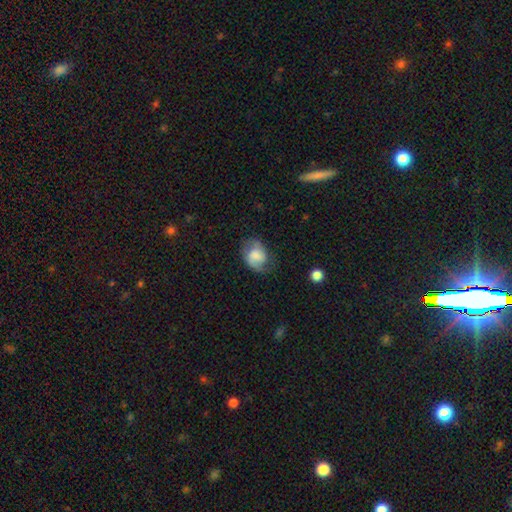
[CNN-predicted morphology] type=smooth (53%); roundness=in between (59%); merging=none (59%).